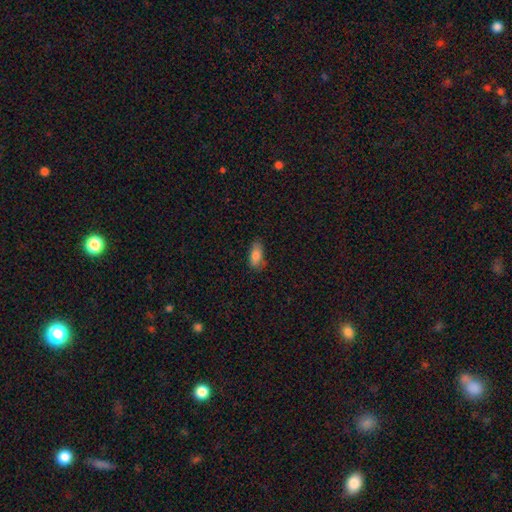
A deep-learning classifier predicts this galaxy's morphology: type=smooth (83%); roundness=in between (86%); merging=none (72%).